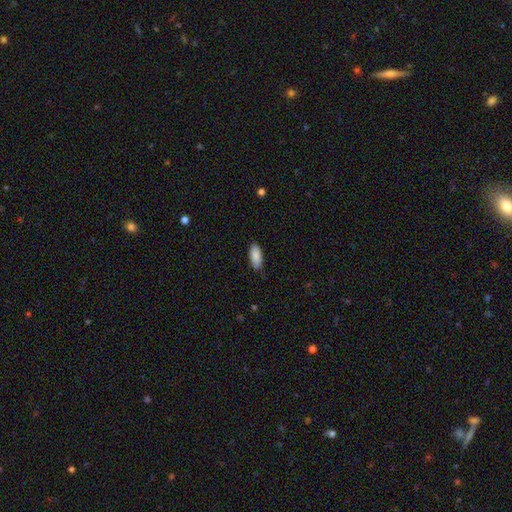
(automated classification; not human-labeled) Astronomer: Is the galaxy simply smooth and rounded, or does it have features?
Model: smooth — 88%.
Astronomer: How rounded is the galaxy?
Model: in between — 88%.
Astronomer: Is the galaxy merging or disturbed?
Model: none — 84%.